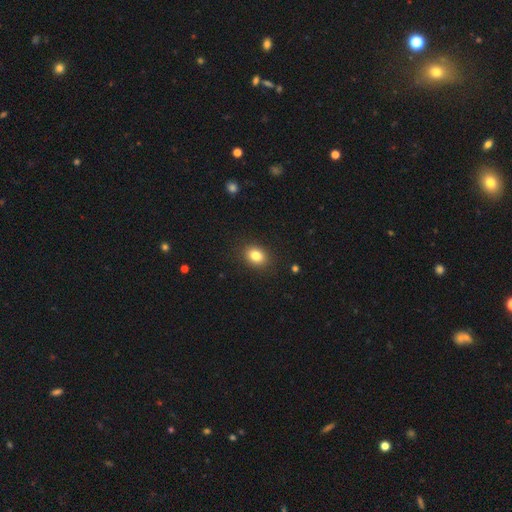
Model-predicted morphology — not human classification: This appears to be a smooth galaxy with no disk features (83%) that is in between round and cigar-shaped (56%). Merging: none (89%).